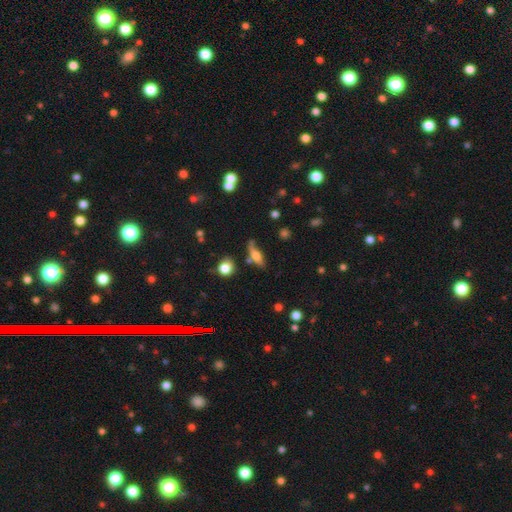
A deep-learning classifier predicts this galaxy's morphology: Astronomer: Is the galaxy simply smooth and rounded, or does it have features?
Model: smooth — 55% (runner-up: featured or disk, 35%).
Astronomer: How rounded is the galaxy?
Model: in between — 50% (runner-up: cigar-shaped, 43%).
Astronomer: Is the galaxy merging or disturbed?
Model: none — 57%.